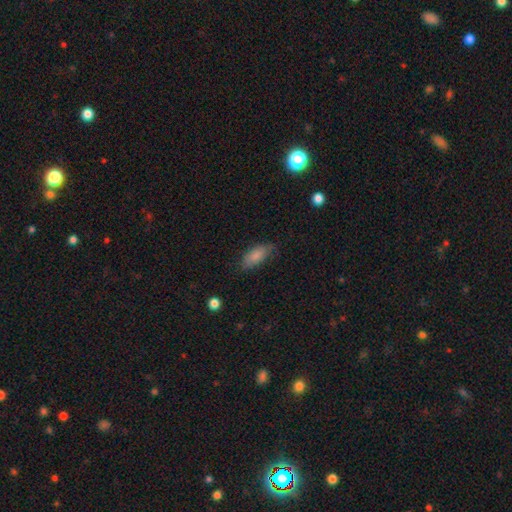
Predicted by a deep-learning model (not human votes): Smooth or featured: smooth — 84% (featured or disk — 10%)
How rounded: in between — 80% (cigar-shaped — 18%)
Merging: none — 74% (minor disturbance — 20%)